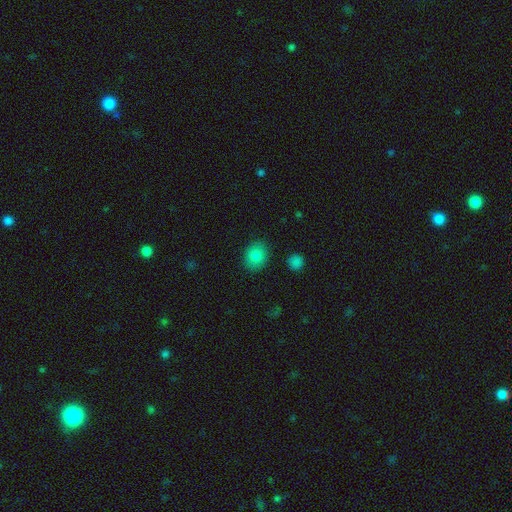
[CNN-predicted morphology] Smooth or featured?
  - smooth: 81% *
  - star or artifact: 10%
  - featured or disk: 9%
How rounded?
  - in between: 53% *
  - round: 46%
  - cigar-shaped: 1%
Merging?
  - none: 88% *
  - minor disturbance: 8%
  - major disturbance: 2%
  - merger: 2%